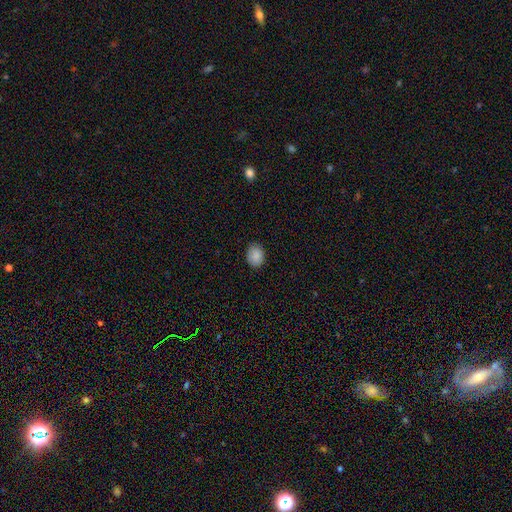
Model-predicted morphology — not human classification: smooth-or-featured: smooth: 88% | star or artifact: 8% | featured or disk: 4%
  how-rounded: in between: 53% | round: 46% | cigar-shaped: 1%
  merging: none: 85% | minor disturbance: 12% | major disturbance: 2% | merger: 1%